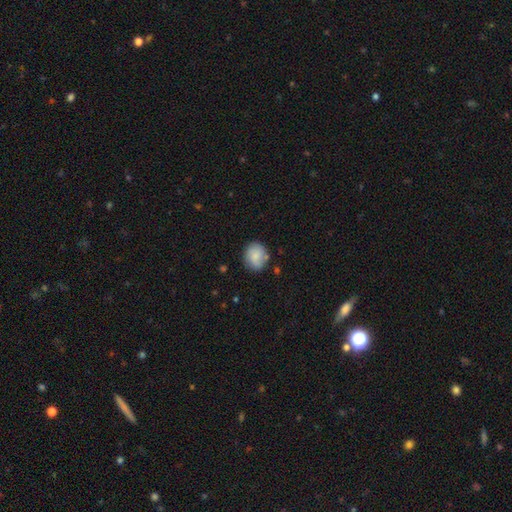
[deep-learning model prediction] A smooth galaxy with no disk features (79%) that is round (70%). Merging: none (76%).